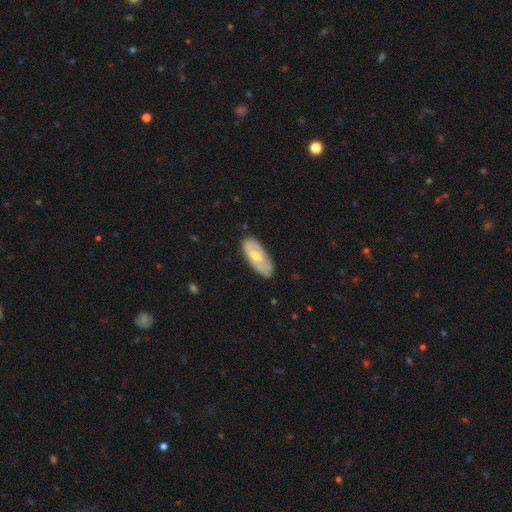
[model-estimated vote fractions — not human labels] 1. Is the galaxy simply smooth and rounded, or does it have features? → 52% featured or disk, 42% smooth, 6% star or artifact.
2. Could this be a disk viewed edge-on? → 83% no, 17% yes.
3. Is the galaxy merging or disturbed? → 80% none, 16% minor disturbance, 3% major disturbance, 1% merger.